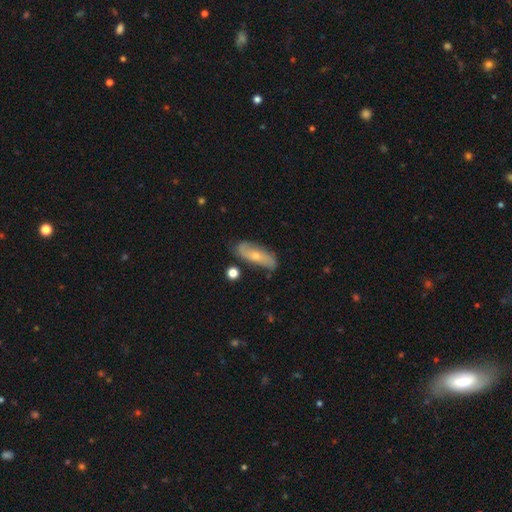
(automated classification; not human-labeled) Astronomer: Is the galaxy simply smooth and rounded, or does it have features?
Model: featured or disk — 55% (runner-up: smooth, 39%).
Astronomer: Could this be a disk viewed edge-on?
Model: no — 82%.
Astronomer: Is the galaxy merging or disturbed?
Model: none — 72%.